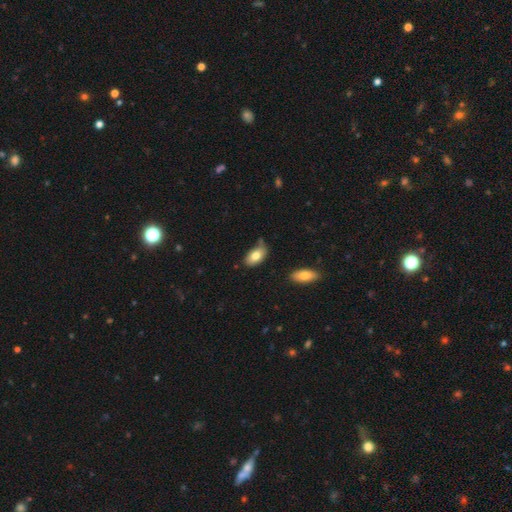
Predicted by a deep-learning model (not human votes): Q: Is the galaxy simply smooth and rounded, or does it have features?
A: smooth — 78%.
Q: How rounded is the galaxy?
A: in between — 93%.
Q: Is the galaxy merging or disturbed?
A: none — 65%.